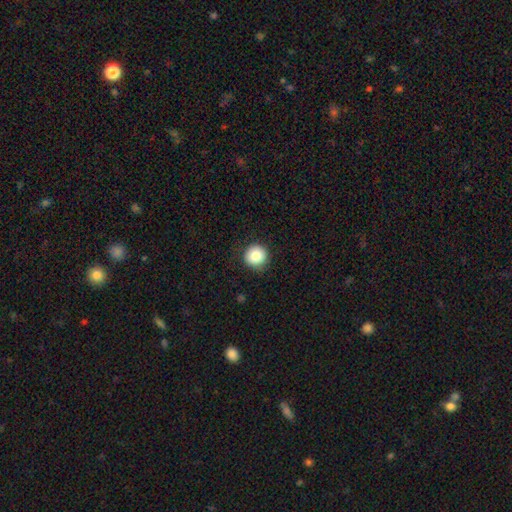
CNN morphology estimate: A smooth galaxy with no disk features (82%) that is round (95%).

Vote fractions:
- Smooth or featured? smooth: 82% / star or artifact: 9% / featured or disk: 9%
- How rounded? round: 95% / in between: 4% / cigar-shaped: 1%
- Merging? none: 88% / minor disturbance: 8% / major disturbance: 2% / merger: 1%